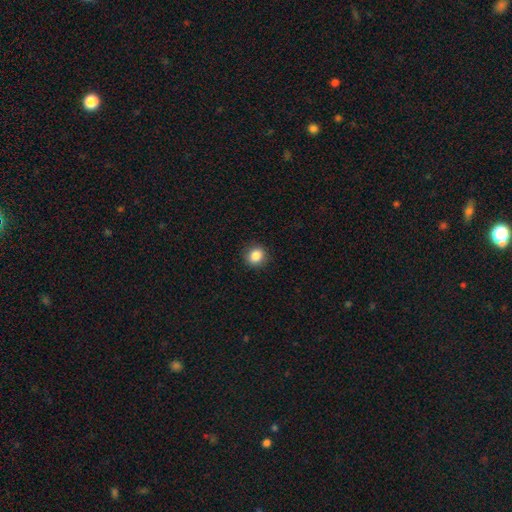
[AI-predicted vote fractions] This is clearly a smooth galaxy (86%). How rounded: clearly round (83%). Merging: clearly none (89%).